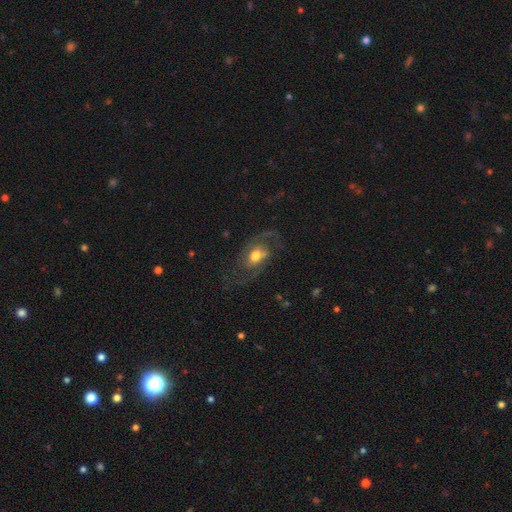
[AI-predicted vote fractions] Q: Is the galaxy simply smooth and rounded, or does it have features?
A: featured or disk — 81%.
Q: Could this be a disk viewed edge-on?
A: no — 96%.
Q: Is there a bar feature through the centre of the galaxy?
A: no — 60%.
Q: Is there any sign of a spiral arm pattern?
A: yes — 91%.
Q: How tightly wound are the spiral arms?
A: medium — 49%.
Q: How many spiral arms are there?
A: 2 — 86%.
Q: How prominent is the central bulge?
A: moderate — 69%.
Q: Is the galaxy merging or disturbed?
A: none — 65%.